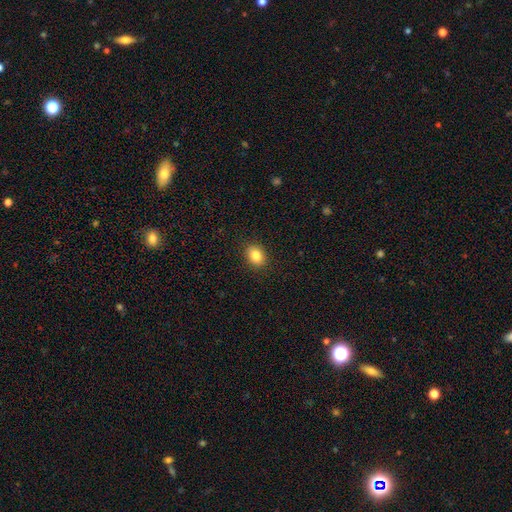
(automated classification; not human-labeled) Smooth or featured? Predicted: smooth (p=0.84). How rounded? Predicted: in between (p=0.62). Merging? Predicted: none (p=0.89).